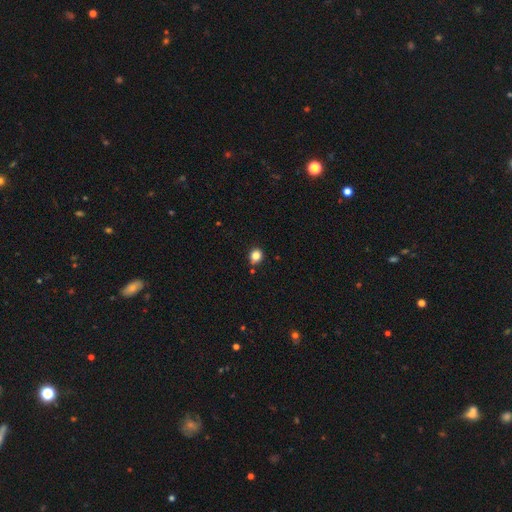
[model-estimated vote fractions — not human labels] smooth 84%, star or artifact 12%, featured or disk 5%. Down the decision tree: how rounded — round (77%); merging — none (79%).